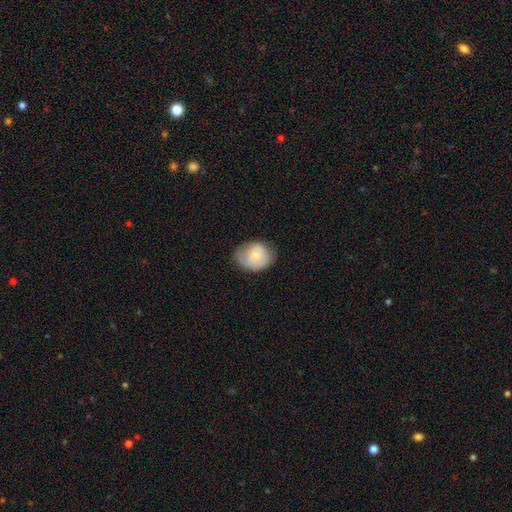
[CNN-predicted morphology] A smooth galaxy with no disk features (66%) that is round (53%).

Vote fractions:
- Smooth or featured? smooth: 66% / featured or disk: 28% / star or artifact: 7%
- How rounded? round: 53% / in between: 46% / cigar-shaped: 1%
- Merging? none: 59% / minor disturbance: 31% / major disturbance: 9% / merger: 2%